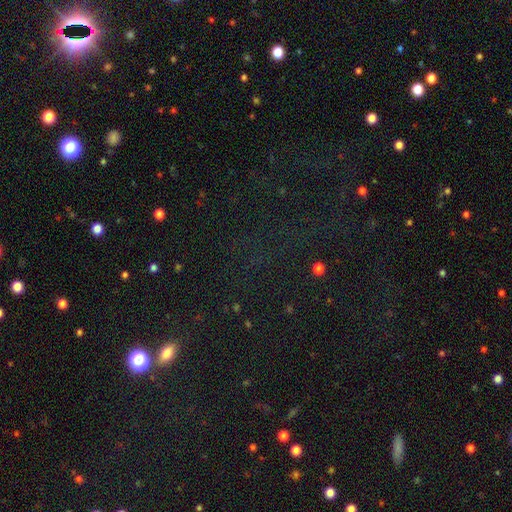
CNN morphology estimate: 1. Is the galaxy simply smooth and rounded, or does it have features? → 71% star or artifact, 19% smooth, 9% featured or disk.